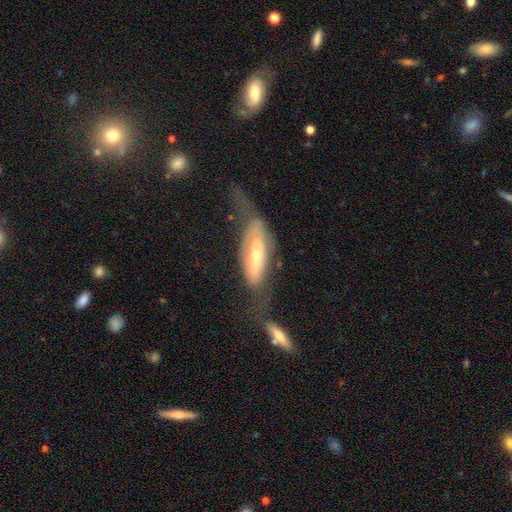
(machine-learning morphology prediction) Smooth or featured?
  - featured or disk: 58% *
  - smooth: 36%
  - star or artifact: 7%
Edge-on disk?
  - no: 67% *
  - yes: 33%
Merging?
  - major disturbance: 32% * (tied)
  - none: 32% * (tied)
  - minor disturbance: 25%
  - merger: 12%